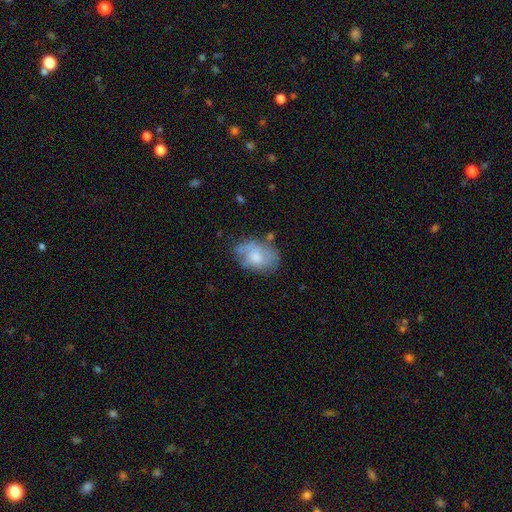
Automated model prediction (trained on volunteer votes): smooth 59%, featured or disk 33%, star or artifact 8%. Down the decision tree: how rounded — in between (84%); merging — none (52%).